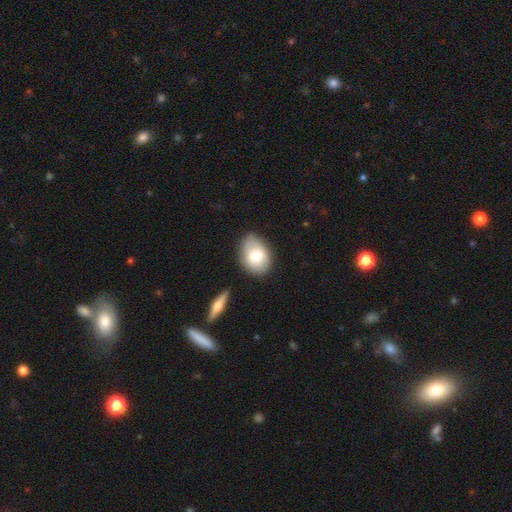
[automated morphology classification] This is likely a smooth galaxy (77%). How rounded: clearly in between (82%). Merging: likely none (78%).